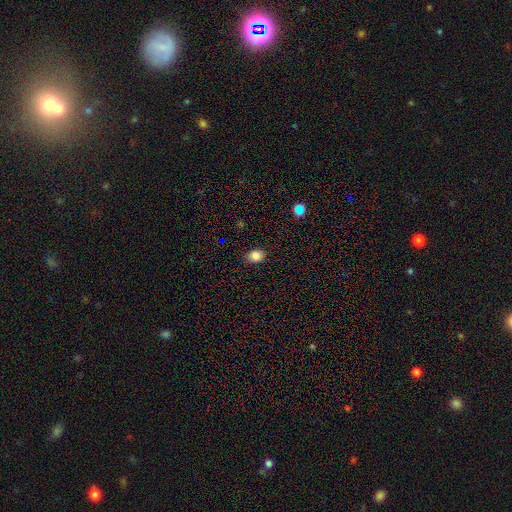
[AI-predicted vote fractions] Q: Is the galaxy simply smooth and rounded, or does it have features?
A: smooth — 85%.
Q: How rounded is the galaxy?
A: in between — 65%.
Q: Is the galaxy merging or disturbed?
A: none — 88%.